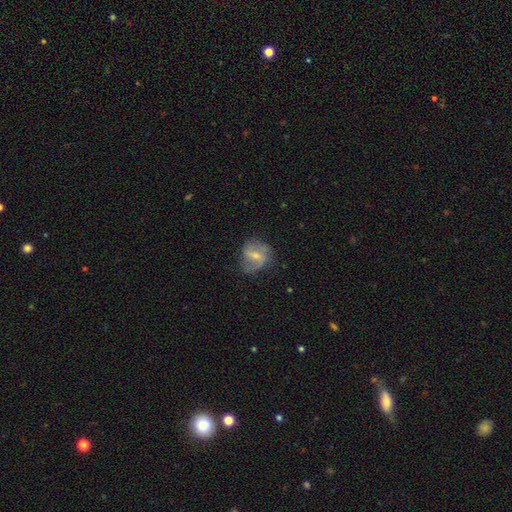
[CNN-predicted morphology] Smooth or featured?
  - featured or disk: 61% *
  - smooth: 31%
  - star or artifact: 7%
Edge-on disk?
  - no: 97% *
  - yes: 3%
Bar?
  - weak: 51% *
  - no: 26%
  - strong: 24%
Spiral arms?
  - yes: 80% *
  - no: 20%
Bulge size?
  - small: 53% *
  - moderate: 39%
  - none: 5%
  - large: 2%
  - dominant: 1%
Merging?
  - none: 61% *
  - minor disturbance: 25%
  - major disturbance: 12%
  - merger: 2%